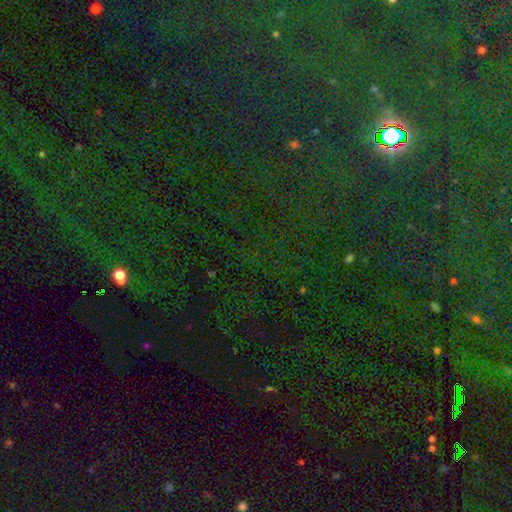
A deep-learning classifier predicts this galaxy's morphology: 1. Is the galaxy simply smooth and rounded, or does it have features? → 81% star or artifact, 11% smooth, 8% featured or disk.